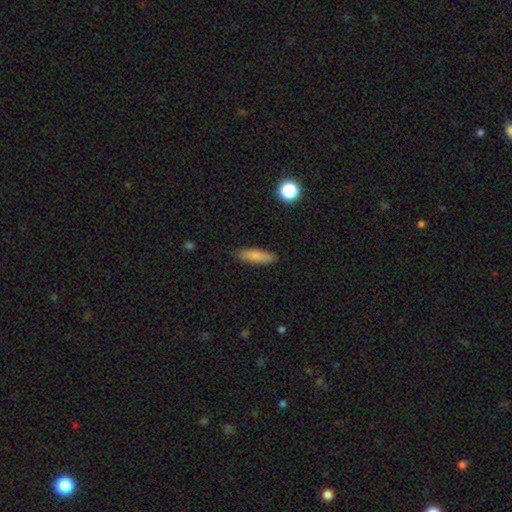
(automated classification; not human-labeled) Smooth or featured? Predicted: smooth (p=0.80). How rounded? Predicted: cigar-shaped (p=0.57). Merging? Predicted: none (p=0.87).